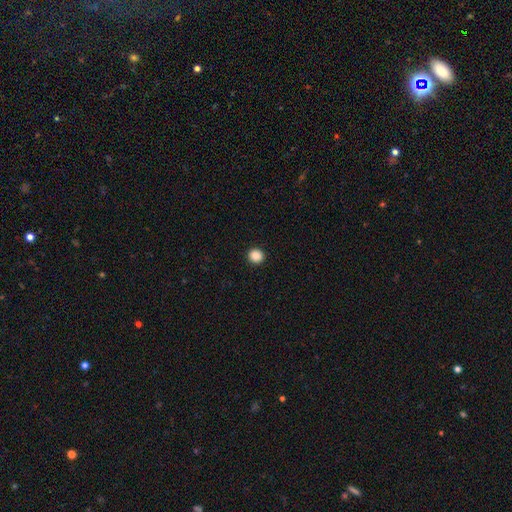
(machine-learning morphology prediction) smooth 88%, star or artifact 10%, featured or disk 3%. Down the decision tree: how rounded — round (92%); merging — none (93%).